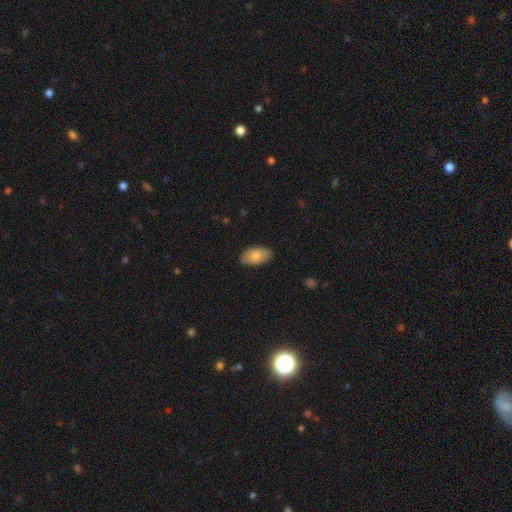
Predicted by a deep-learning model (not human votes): Smooth or featured? smooth (80%)
How rounded? in between (94%)
Merging? none (85%)